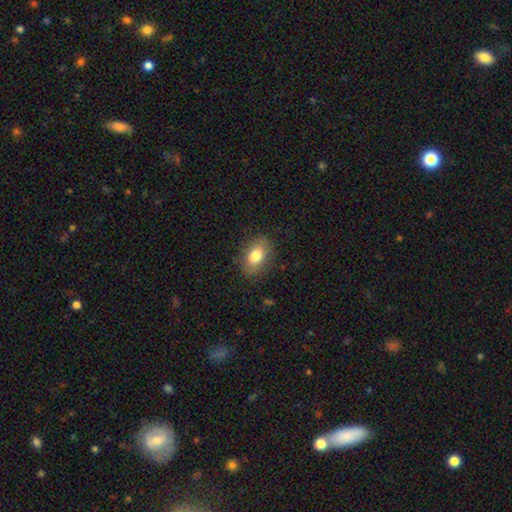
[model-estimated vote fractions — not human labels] Smooth or featured? smooth (80%)
How rounded? in between (85%)
Merging? none (83%)